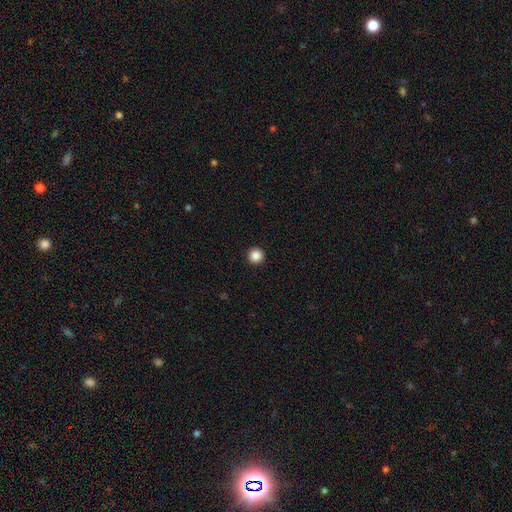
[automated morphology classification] This is clearly a smooth galaxy (87%). How rounded: clearly round (97%). Merging: clearly none (94%).